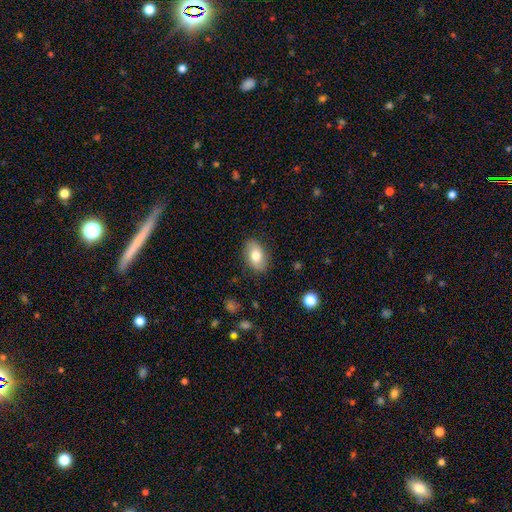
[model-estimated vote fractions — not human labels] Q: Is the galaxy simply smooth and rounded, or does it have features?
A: smooth — 75%.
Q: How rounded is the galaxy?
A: in between — 90%.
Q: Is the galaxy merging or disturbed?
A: none — 84%.